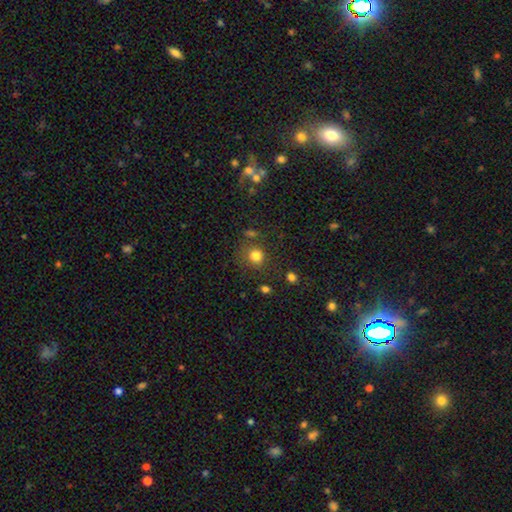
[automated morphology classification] smooth 80%, star or artifact 13%, featured or disk 6%. Down the decision tree: how rounded — round (88%); merging — none (75%).